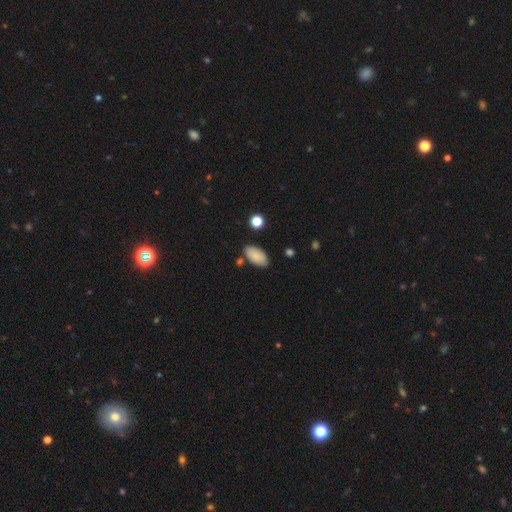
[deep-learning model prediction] smooth_or_featured: smooth (p=0.85) [alt: featured or disk p=0.08]
how_rounded: in between (p=0.94) [alt: round p=0.03]
merging: none (p=0.78) [alt: minor disturbance p=0.14]